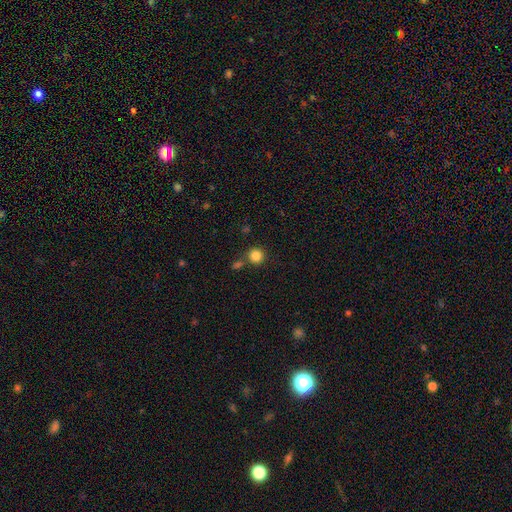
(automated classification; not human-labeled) Smooth or featured? smooth (84%)
How rounded? round (93%)
Merging? none (77%)